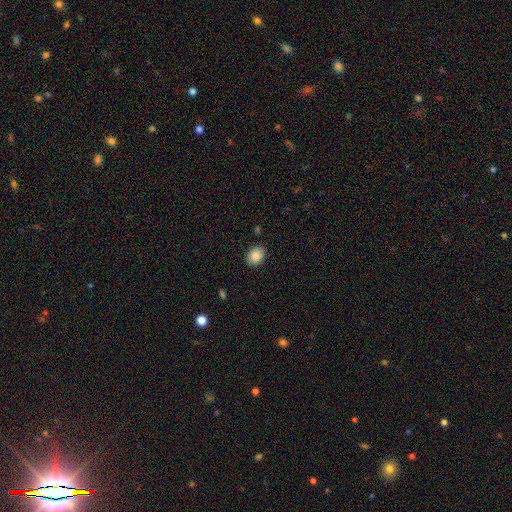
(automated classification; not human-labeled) Morphology: type=smooth (88%); roundness=in between (68%); merging=none (88%).